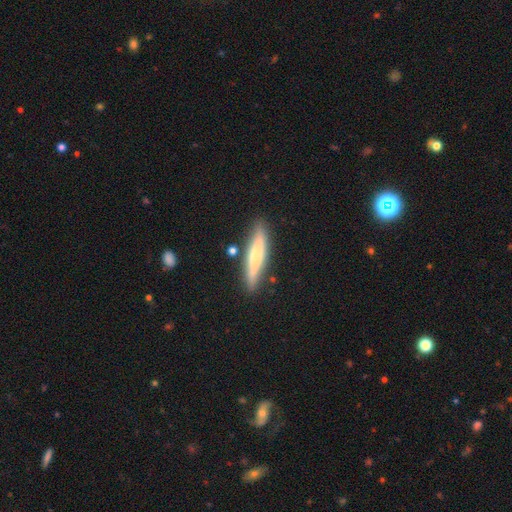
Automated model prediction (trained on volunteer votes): The model was most divided on "smooth or featured": smooth: 53%, featured or disk: 40%, star or artifact: 6%. More confident: how rounded — cigar-shaped (84%); merging — none (82%).